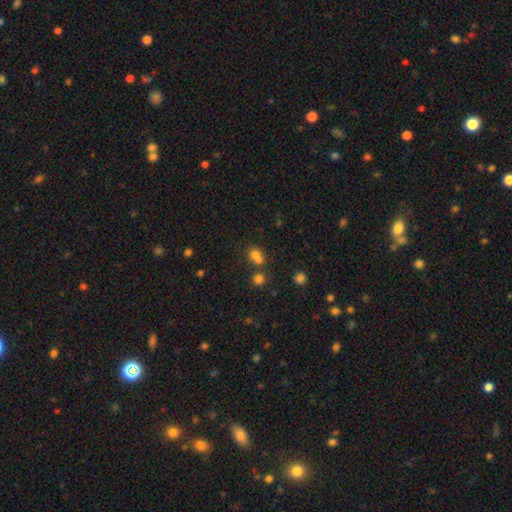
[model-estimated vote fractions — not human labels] Overall: smooth (74%). How rounded: round (64%; in between 35%). Merging: merger (46%; none 40%).